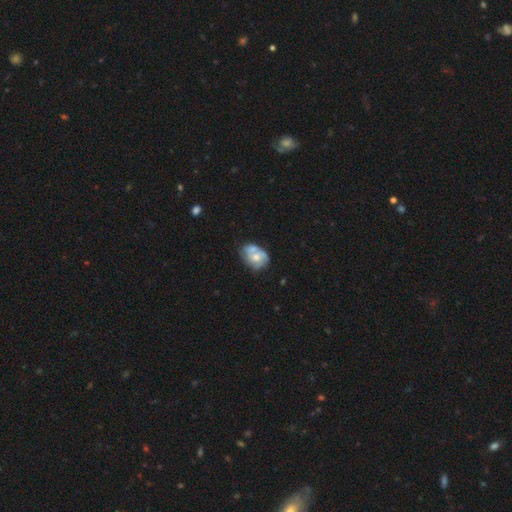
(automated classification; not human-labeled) Smooth or featured? Predicted: featured or disk (p=0.57). Edge-on disk? Predicted: no (p=0.98). Bar? Predicted: no (p=0.79). Spiral arms? Predicted: yes (p=0.59). Bulge size? Predicted: moderate (p=0.60). Merging? Predicted: none (p=0.40).